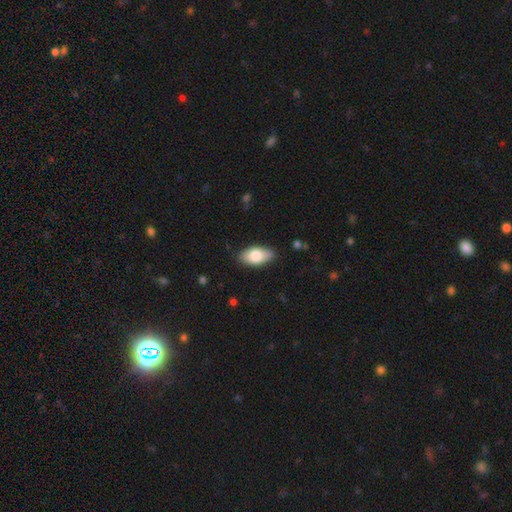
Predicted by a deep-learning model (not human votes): Morphology: type=smooth (78%); roundness=in between (92%); merging=none (83%).